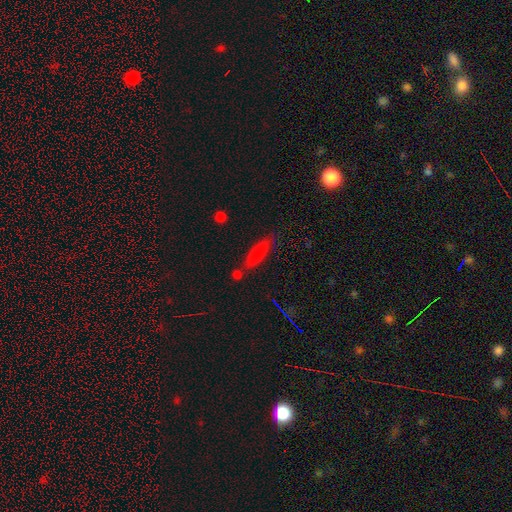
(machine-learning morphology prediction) The model was most divided on "merging": none: 70%, minor disturbance: 15%, merger: 11%, major disturbance: 4%. More confident: how rounded — cigar-shaped (78%); smooth or featured — smooth (76%).